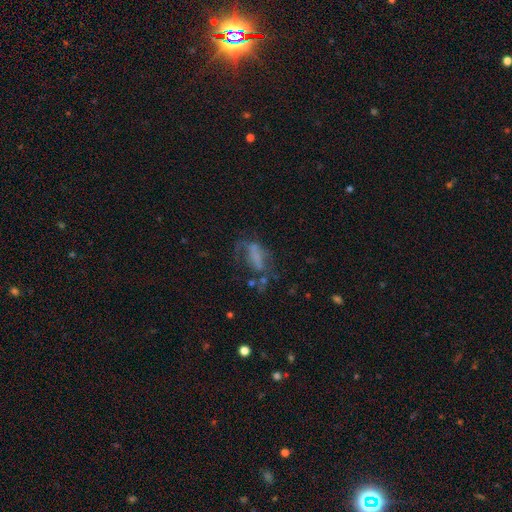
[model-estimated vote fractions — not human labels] Smooth or featured? Predicted: featured or disk (p=0.47). Merging? Predicted: major disturbance (p=0.40).